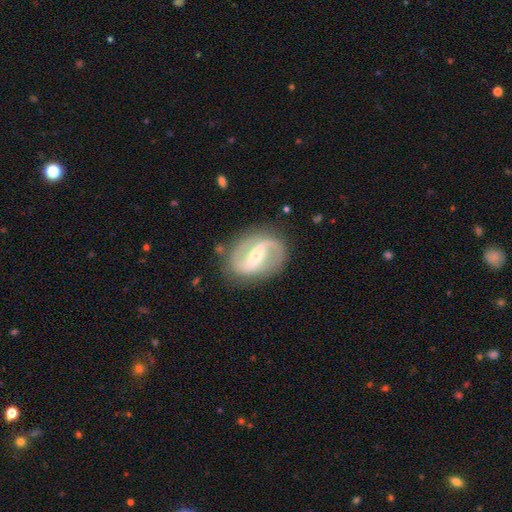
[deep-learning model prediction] A featured or disk galaxy (87%) with a strong bar (55%), 2 (89%) medium (45%) spiral arms (92%) and a small central bulge (56%).

Vote fractions:
- Smooth or featured? featured or disk: 87% / smooth: 8% / star or artifact: 5%
- Edge-on disk? no: 96% / yes: 4%
- Bar? strong: 55% / weak: 32% / no: 13%
- Spiral arms? yes: 92% / no: 8%
- Spiral winding? medium: 45% / loose: 37% / tight: 18%
- Spiral arm count? 2: 89% / 1: 4% / can't tell: 4% / 3: 1% / 4: 1% / more than 4: 1%
- Bulge size? small: 56% / moderate: 40% / large: 2% / none: 1% / dominant: 1%
- Merging? none: 80% / minor disturbance: 13% / major disturbance: 6% / merger: 2%